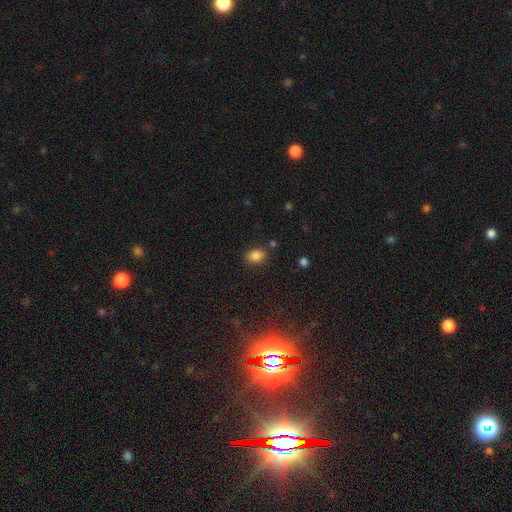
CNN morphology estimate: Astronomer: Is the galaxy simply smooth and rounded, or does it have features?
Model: smooth — 84%.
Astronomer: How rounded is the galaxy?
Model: in between — 75%.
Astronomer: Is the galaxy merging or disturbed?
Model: none — 81%.